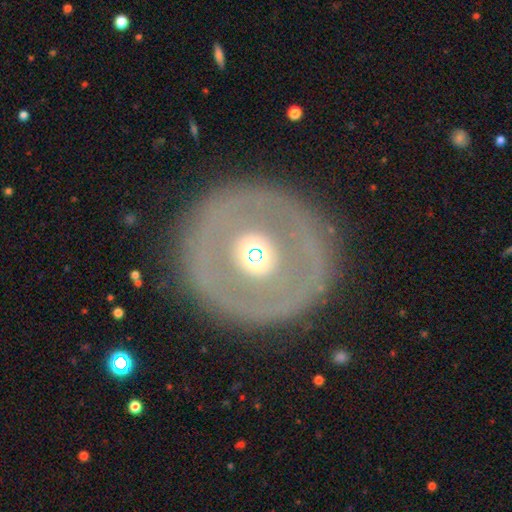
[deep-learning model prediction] The model was most divided on "smooth or featured": featured or disk: 57%, smooth: 36%, star or artifact: 6%. More confident: edge-on disk — no (94%); spiral arms — no (88%); bar — no (87%); merging — none (82%); bulge size — moderate (65%).